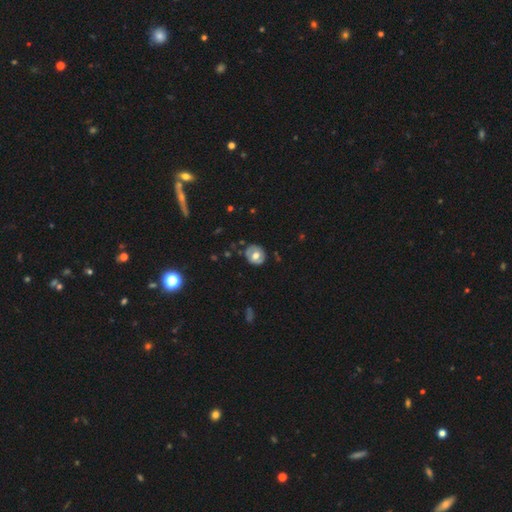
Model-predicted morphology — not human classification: Smooth or featured: smooth — 55% (featured or disk — 37%)
How rounded: round — 78% (in between — 21%)
Merging: none — 78% (minor disturbance — 17%)